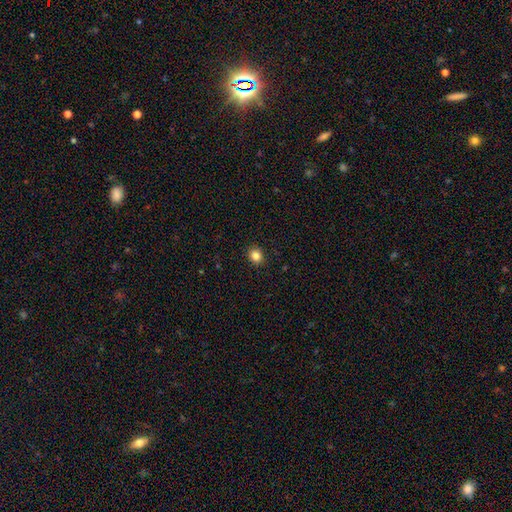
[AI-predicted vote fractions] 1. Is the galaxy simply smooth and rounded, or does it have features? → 84% smooth, 12% star or artifact, 4% featured or disk.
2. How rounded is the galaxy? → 75% round, 24% in between, 1% cigar-shaped.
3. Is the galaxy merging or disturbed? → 92% none, 6% minor disturbance, 2% major disturbance, 1% merger.